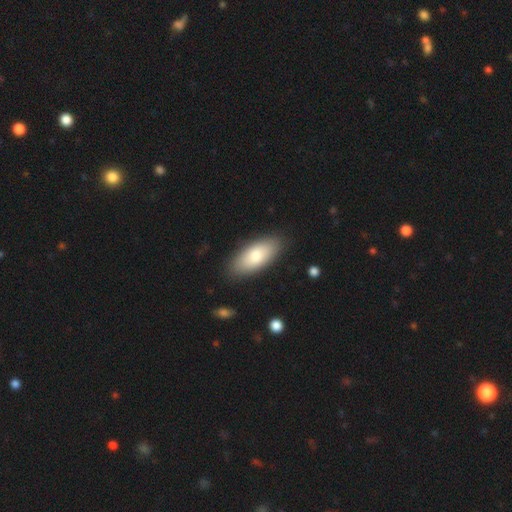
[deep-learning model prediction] The model was most divided on "smooth or featured": smooth: 77%, featured or disk: 17%, star or artifact: 6%. More confident: how rounded — in between (89%); merging — none (85%).